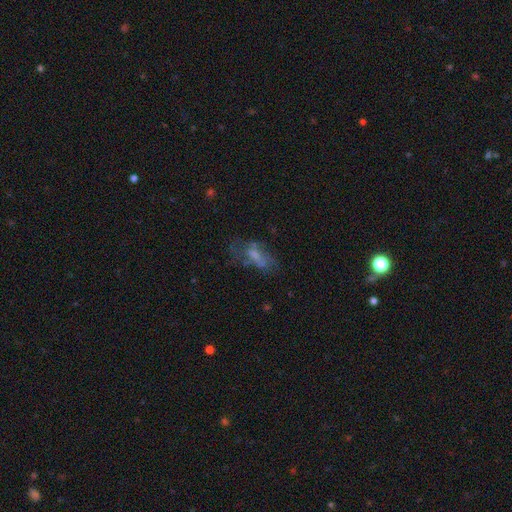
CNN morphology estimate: type=featured or disk (45%); merging=none (44%).